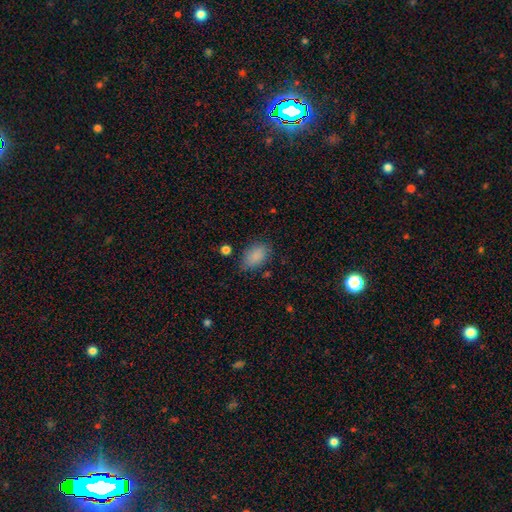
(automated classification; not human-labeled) Smooth or featured? smooth (86%)
How rounded? in between (88%)
Merging? none (74%)